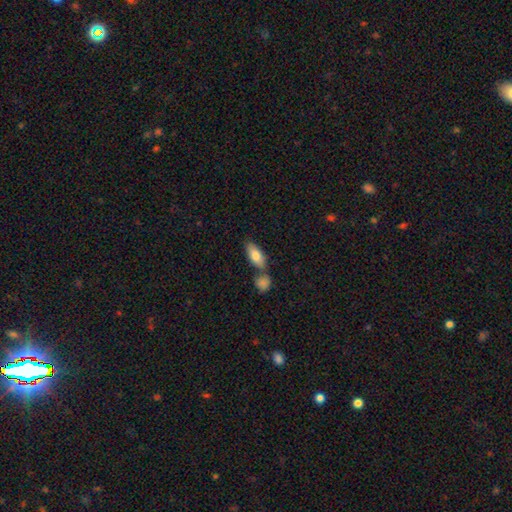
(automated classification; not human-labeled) Smooth or featured?
  - smooth: 79% *
  - featured or disk: 14%
  - star or artifact: 6%
How rounded?
  - in between: 83% *
  - cigar-shaped: 14%
  - round: 3%
Merging?
  - none: 60% *
  - merger: 25%
  - minor disturbance: 12%
  - major disturbance: 3%